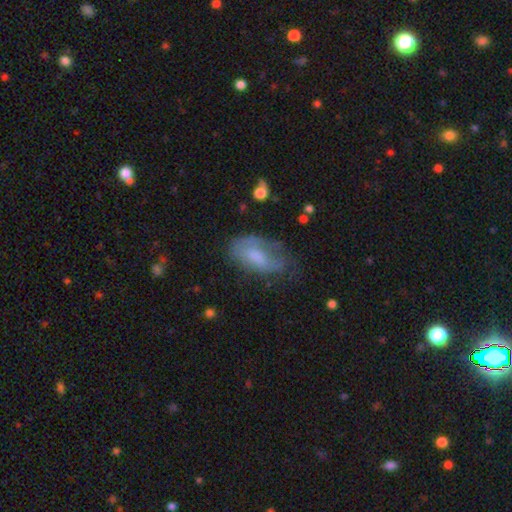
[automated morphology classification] Q: Smooth or featured?
A: smooth (55%); runner-up: featured or disk (37%)
Q: How rounded?
A: in between (90%); runner-up: cigar-shaped (6%)
Q: Merging?
A: none (45%); runner-up: minor disturbance (32%)